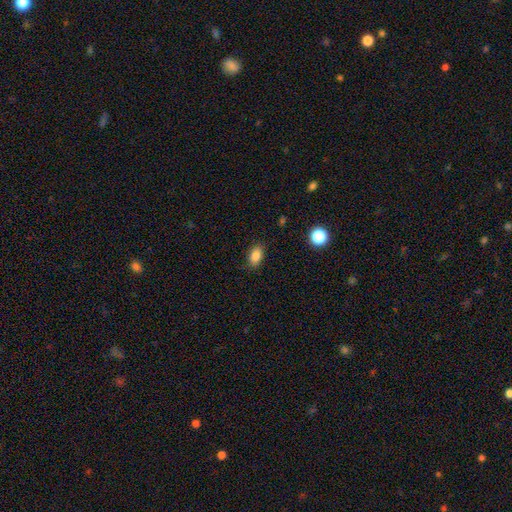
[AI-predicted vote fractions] This appears to be a smooth galaxy with no disk features (86%) that is in between round and cigar-shaped (87%). Merging: none (86%).